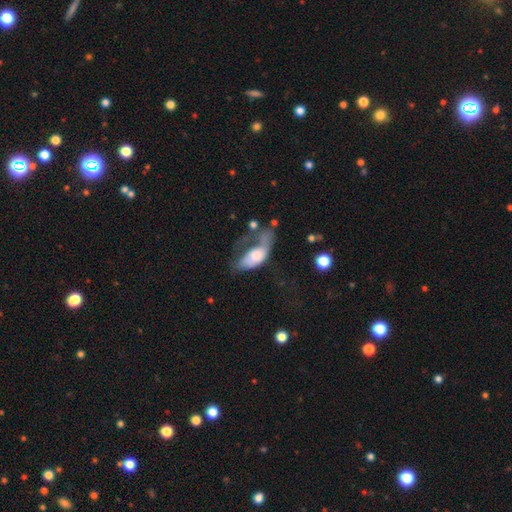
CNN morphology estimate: Smooth or featured? smooth (58%)
How rounded? in between (86%)
Merging? major disturbance (59%)